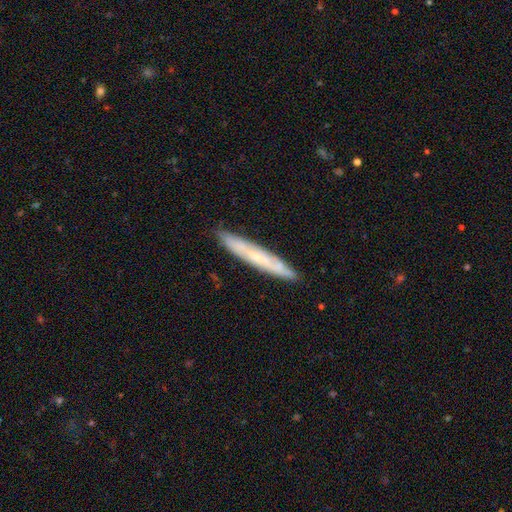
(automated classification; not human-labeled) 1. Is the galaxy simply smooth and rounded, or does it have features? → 50% smooth, 42% featured or disk, 8% star or artifact.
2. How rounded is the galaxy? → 95% cigar-shaped, 3% in between, 1% round.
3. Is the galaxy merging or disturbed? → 89% none, 8% minor disturbance, 1% major disturbance, 1% merger.